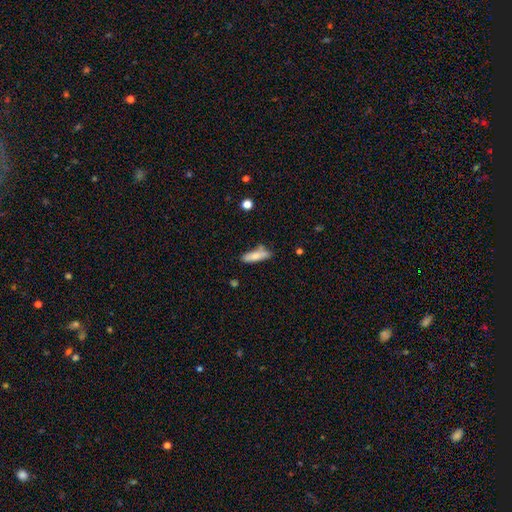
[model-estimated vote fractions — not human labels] A smooth galaxy with no disk features (77%) that is cigar-shaped (57%). Merging: none (69%).